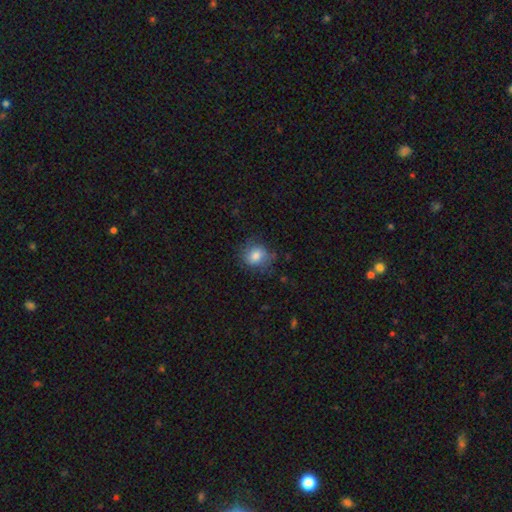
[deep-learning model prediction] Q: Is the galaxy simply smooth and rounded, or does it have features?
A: smooth — 78%.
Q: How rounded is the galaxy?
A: round — 66%.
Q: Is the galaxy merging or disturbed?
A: none — 65%.